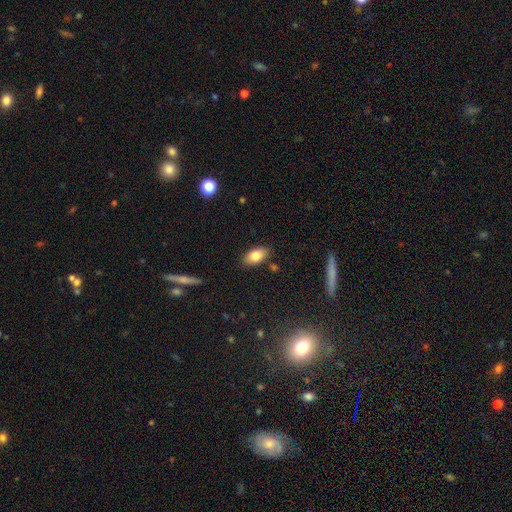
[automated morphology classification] A smooth galaxy with no disk features (81%) that is in between round and cigar-shaped (91%).

Vote fractions:
- Smooth or featured? smooth: 81% / featured or disk: 11% / star or artifact: 8%
- How rounded? in between: 91% / round: 5% / cigar-shaped: 4%
- Merging? none: 83% / minor disturbance: 12% / merger: 3% / major disturbance: 2%